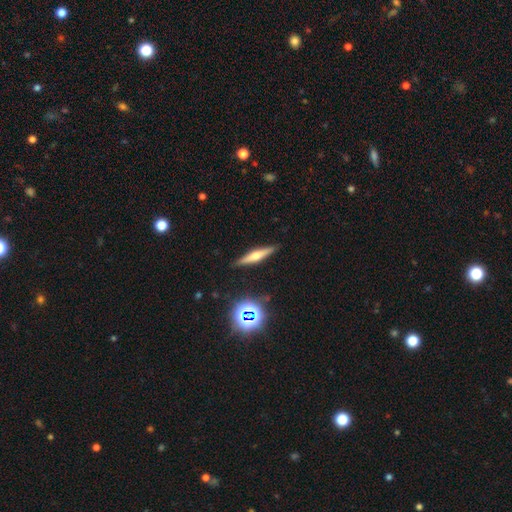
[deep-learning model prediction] Q: Smooth or featured?
A: featured or disk (58%); runner-up: smooth (32%)
Q: Edge-on disk?
A: yes (96%); runner-up: no (4%)
Q: Edge-on bulge?
A: rounded (88%); runner-up: none (6%)
Q: Merging?
A: none (89%); runner-up: minor disturbance (8%)